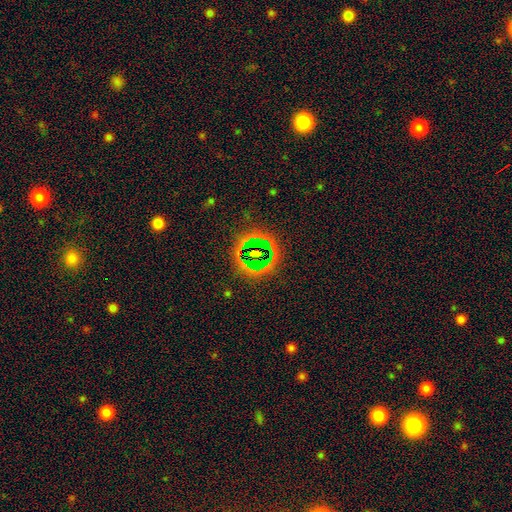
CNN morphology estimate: smooth-or-featured: star or artifact: 74% | smooth: 15% | featured or disk: 11%